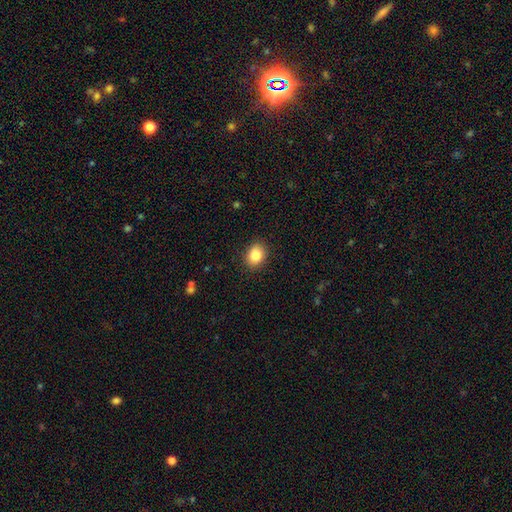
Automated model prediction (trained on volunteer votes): Morphology: type=smooth (85%); roundness=in between (60%); merging=none (88%).